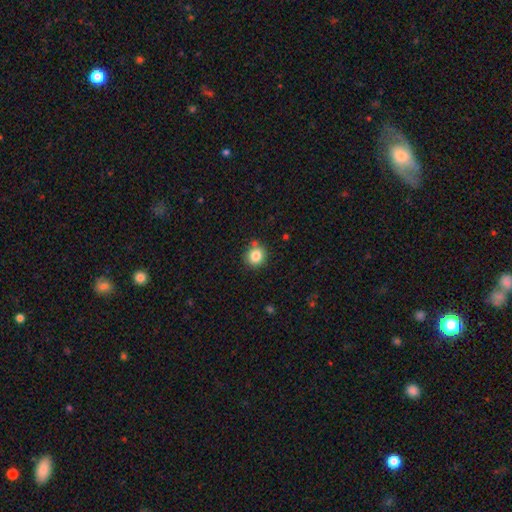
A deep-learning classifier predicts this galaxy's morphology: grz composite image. It shows a smooth galaxy with no disk features (83%) that is round (87%). Merging: none (84%).